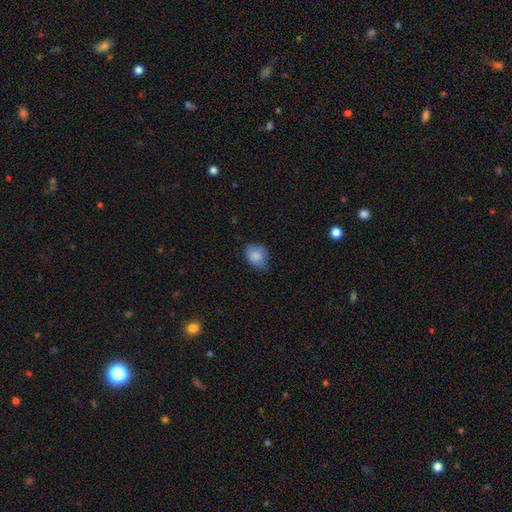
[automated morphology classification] A smooth galaxy with no disk features (84%) that is in between round and cigar-shaped (51%).

Vote fractions:
- Smooth or featured? smooth: 84% / featured or disk: 8% / star or artifact: 8%
- How rounded? in between: 51% / round: 48% / cigar-shaped: 1%
- Merging? none: 59% / minor disturbance: 34% / major disturbance: 6% / merger: 1%